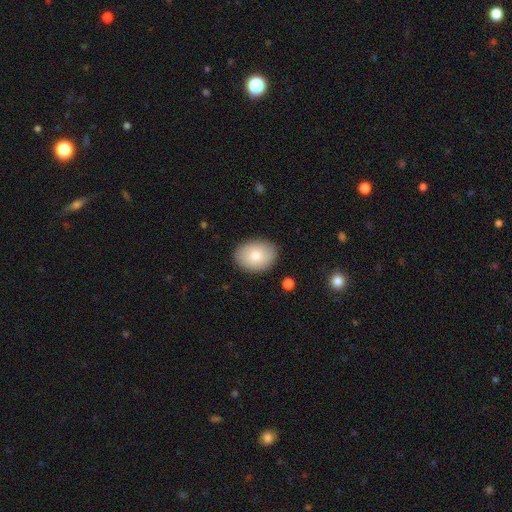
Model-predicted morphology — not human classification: This appears to be a smooth galaxy with no disk features (81%) that is in between round and cigar-shaped (74%). Merging: none (87%).